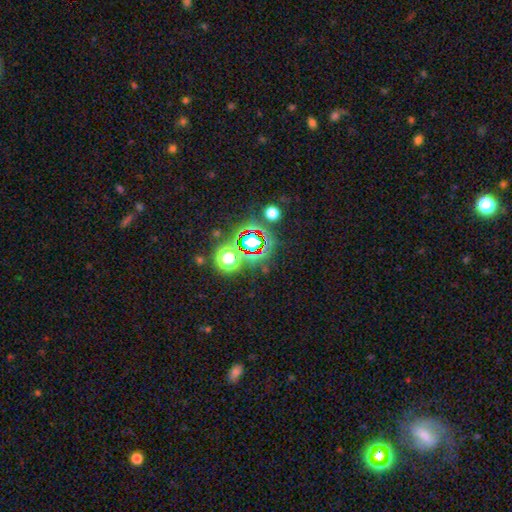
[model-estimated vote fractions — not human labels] Smooth or featured?
  - star or artifact: 78% *
  - smooth: 14%
  - featured or disk: 8%